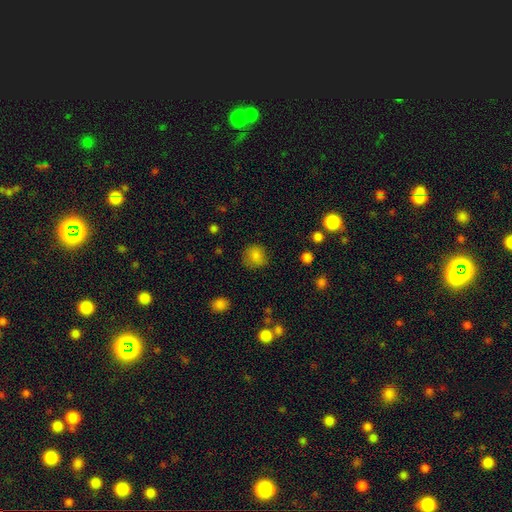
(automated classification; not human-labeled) Smooth or featured?
  - smooth: 82% *
  - star or artifact: 11%
  - featured or disk: 7%
How rounded?
  - round: 83% *
  - in between: 16%
  - cigar-shaped: 1%
Merging?
  - none: 76% *
  - minor disturbance: 17%
  - major disturbance: 5%
  - merger: 2%